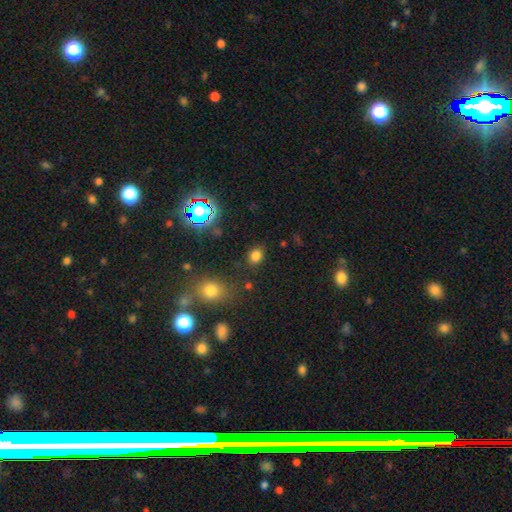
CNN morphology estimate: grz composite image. It shows a smooth galaxy with no disk features (77%) that is in between round and cigar-shaped (57%). Merging: none (82%).